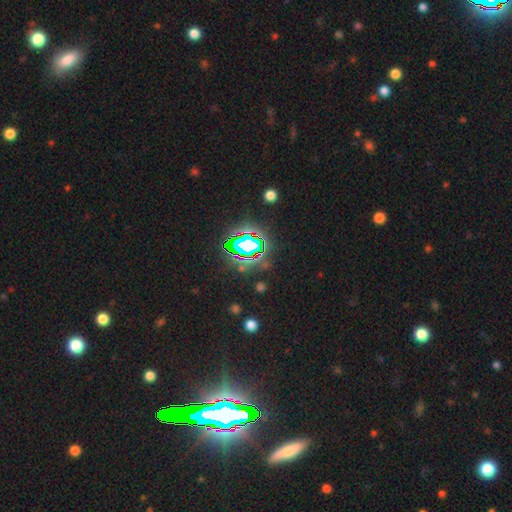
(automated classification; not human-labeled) smooth-or-featured: star or artifact: 83% | smooth: 9% | featured or disk: 8%